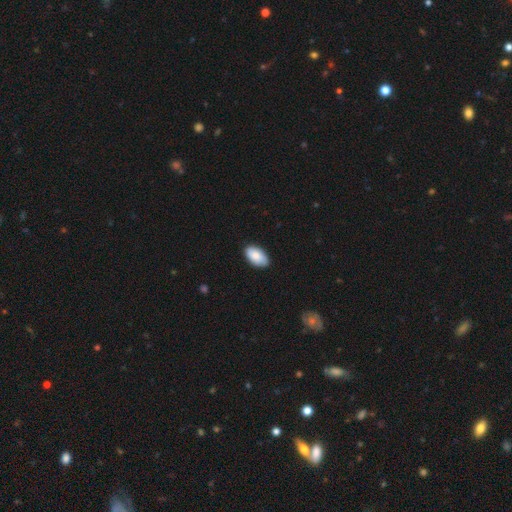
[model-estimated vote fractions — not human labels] smooth_or_featured: smooth (p=0.85) [alt: featured or disk p=0.09]
how_rounded: in between (p=0.95) [alt: round p=0.04]
merging: none (p=0.86) [alt: minor disturbance p=0.11]